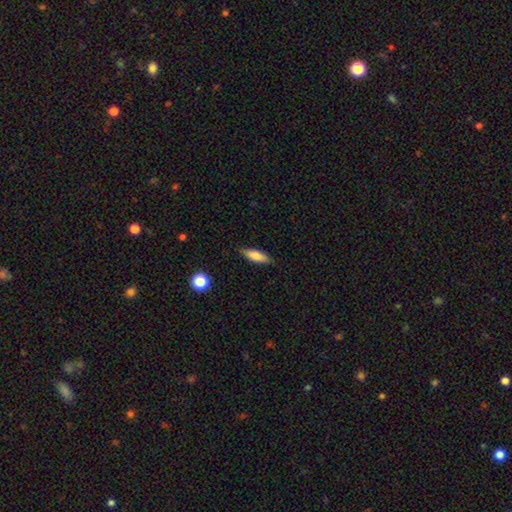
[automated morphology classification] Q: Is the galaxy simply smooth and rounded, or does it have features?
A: smooth — 79%.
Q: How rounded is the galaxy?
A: in between — 52%.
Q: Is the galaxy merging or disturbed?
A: none — 85%.